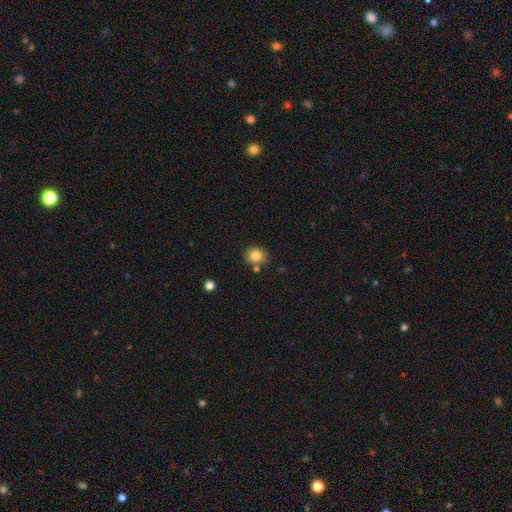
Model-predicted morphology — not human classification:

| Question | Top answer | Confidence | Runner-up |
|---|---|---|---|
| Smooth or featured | smooth | 82% | star or artifact (10%) |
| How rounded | round | 74% | in between (25%) |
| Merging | none | 78% | minor disturbance (11%) |